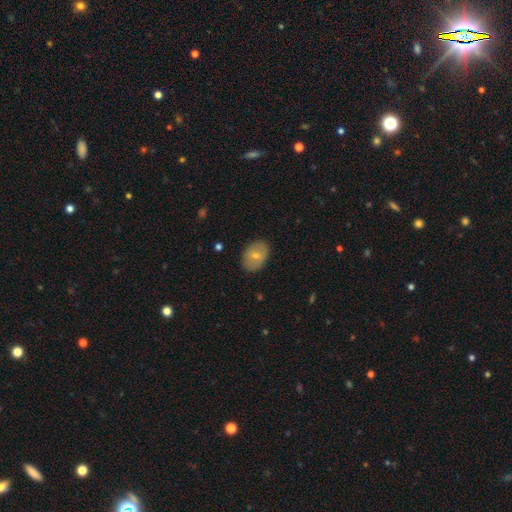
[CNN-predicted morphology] Q: Smooth or featured?
A: smooth (65%); runner-up: featured or disk (28%)
Q: How rounded?
A: in between (78%); runner-up: round (21%)
Q: Merging?
A: none (85%); runner-up: minor disturbance (11%)